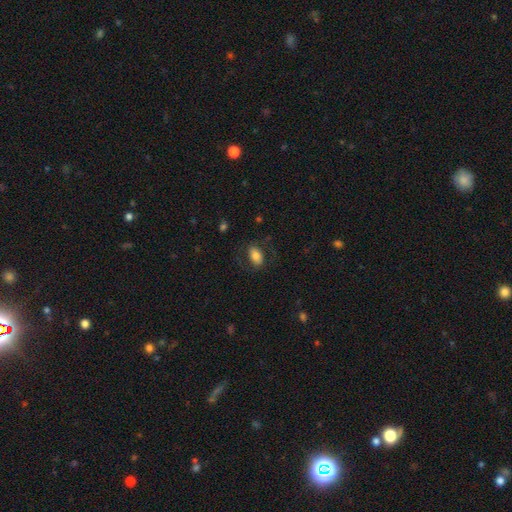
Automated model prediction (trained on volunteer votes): A smooth galaxy with no disk features (74%) that is in between round and cigar-shaped (90%). Merging: none (75%).